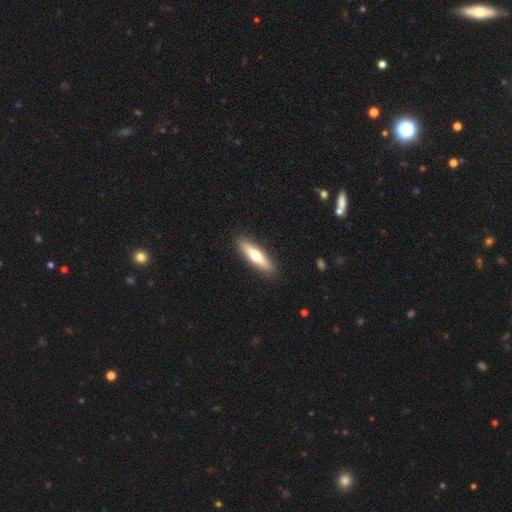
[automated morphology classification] A smooth galaxy with no disk features (54%) that is cigar-shaped (68%). Merging: none (91%).